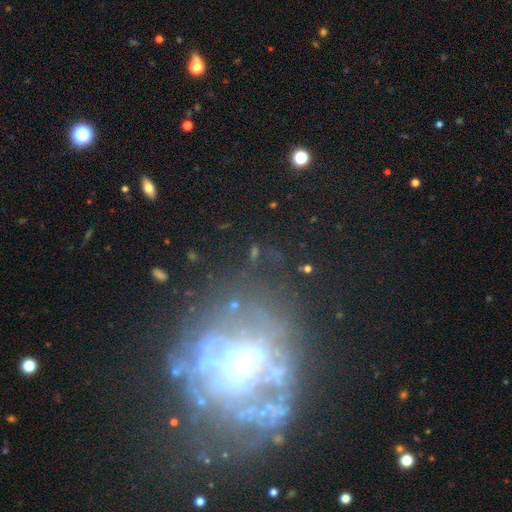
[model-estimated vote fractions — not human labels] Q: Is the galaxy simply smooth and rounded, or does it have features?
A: featured or disk — 61%.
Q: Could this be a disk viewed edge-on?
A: no — 88%.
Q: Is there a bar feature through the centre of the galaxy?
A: no — 43%.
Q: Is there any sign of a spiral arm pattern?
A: no — 69%.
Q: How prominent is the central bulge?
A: moderate — 48%.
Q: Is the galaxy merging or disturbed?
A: none — 54%.